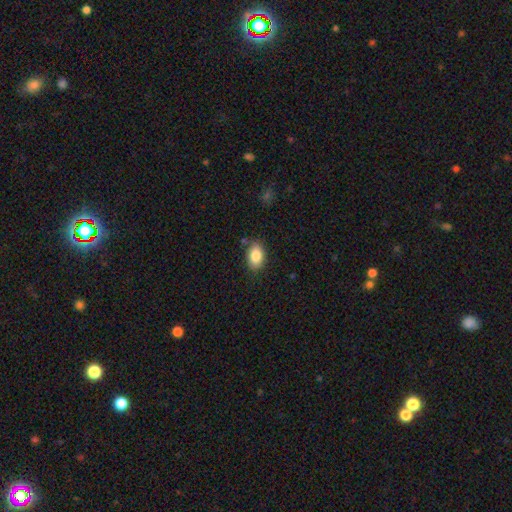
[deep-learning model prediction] Q: Smooth or featured?
A: smooth (85%); runner-up: star or artifact (8%)
Q: How rounded?
A: in between (86%); runner-up: round (12%)
Q: Merging?
A: none (81%); runner-up: minor disturbance (14%)